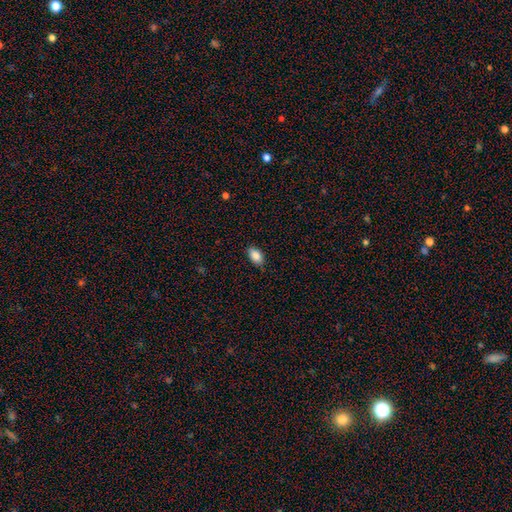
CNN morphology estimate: smooth 87%, star or artifact 8%, featured or disk 6%. Down the decision tree: how rounded — in between (91%); merging — none (83%).